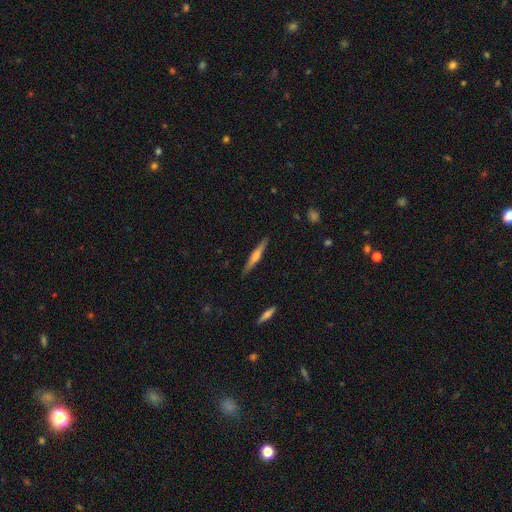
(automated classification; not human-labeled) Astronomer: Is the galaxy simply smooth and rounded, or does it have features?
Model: featured or disk — 62%.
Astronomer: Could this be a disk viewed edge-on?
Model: yes — 98%.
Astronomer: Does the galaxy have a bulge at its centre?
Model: rounded — 72%.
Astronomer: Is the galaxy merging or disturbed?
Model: none — 90%.